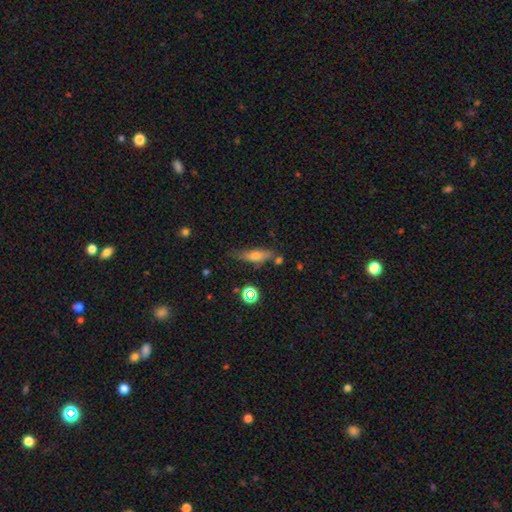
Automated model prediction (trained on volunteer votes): A smooth galaxy with no disk features (60%) that is cigar-shaped (53%).

Vote fractions:
- Smooth or featured? smooth: 60% / featured or disk: 28% / star or artifact: 12%
- How rounded? cigar-shaped: 53% / in between: 44% / round: 4%
- Merging? none: 61% / minor disturbance: 23% / merger: 9% / major disturbance: 7%